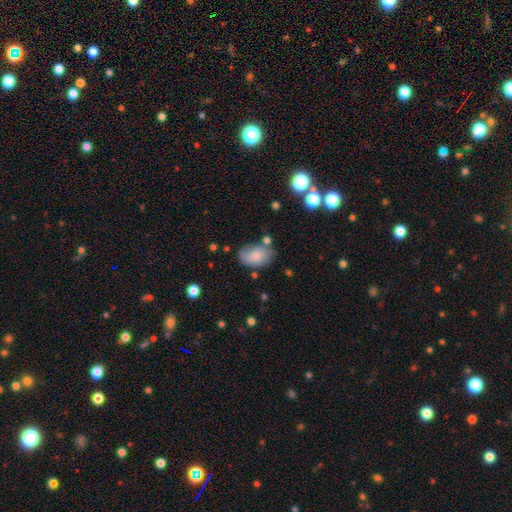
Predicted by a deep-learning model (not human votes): Smooth or featured? smooth (73%)
How rounded? in between (86%)
Merging? none (55%)